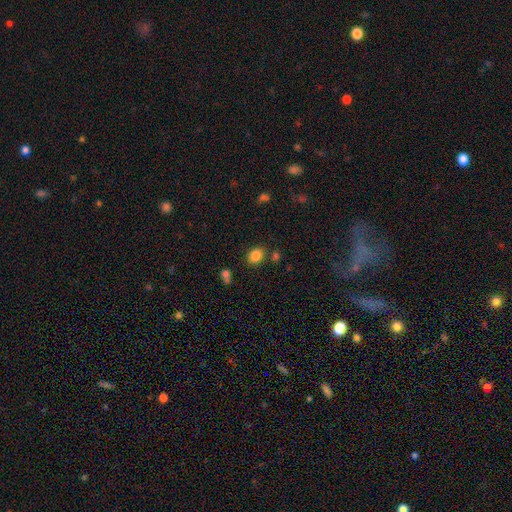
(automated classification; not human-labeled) smooth 85%, star or artifact 10%, featured or disk 5%. Down the decision tree: how rounded — round (50%, tied with in between); merging — none (79%).